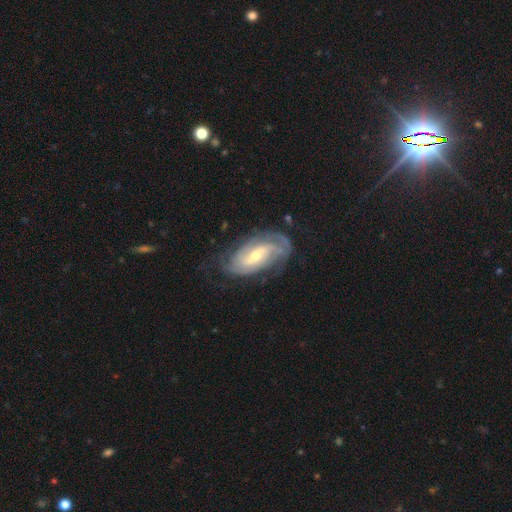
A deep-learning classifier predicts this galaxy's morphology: smooth-or-featured: featured or disk: 86% | smooth: 9% | star or artifact: 5%
  disk-edge-on: no: 95% | yes: 5%
    bar: weak: 45% | strong: 34% | no: 21%
    has-spiral-arms: yes: 95% | no: 5%
      spiral-winding: tight: 52% | medium: 35% | loose: 13%
      spiral-arm-count: 2: 44% | can't tell: 26% | 3: 16% | 4: 6% | 1: 5% | more than 4: 4%
    bulge-size: small: 51% | moderate: 44% | large: 2% | none: 1% | dominant: 1%
  merging: none: 69% | minor disturbance: 20% | major disturbance: 9% | merger: 2%